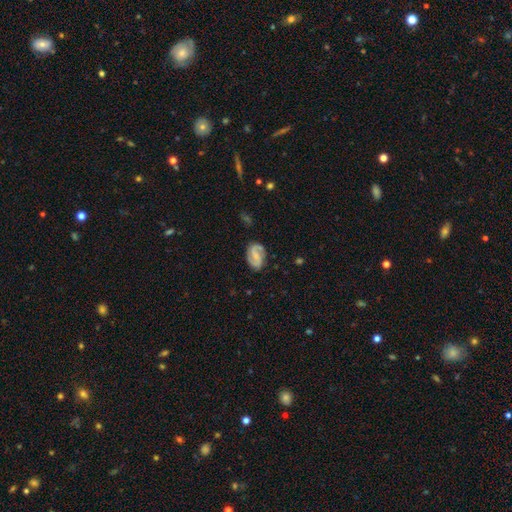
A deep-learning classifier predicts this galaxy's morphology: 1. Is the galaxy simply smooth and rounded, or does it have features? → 76% featured or disk, 18% smooth, 6% star or artifact.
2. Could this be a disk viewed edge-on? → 98% no, 2% yes.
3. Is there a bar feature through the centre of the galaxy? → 46% weak, 28% no, 25% strong.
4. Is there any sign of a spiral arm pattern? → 94% yes, 6% no.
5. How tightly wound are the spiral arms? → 45% medium, 33% loose, 22% tight.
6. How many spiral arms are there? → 91% 2, 4% can't tell, 2% 1, 1% 3, 1% 4, 1% more than 4.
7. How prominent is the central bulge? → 42% small, 34% none, 20% moderate, 2% large, 1% dominant.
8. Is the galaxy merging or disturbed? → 81% none, 14% minor disturbance, 4% major disturbance, 2% merger.